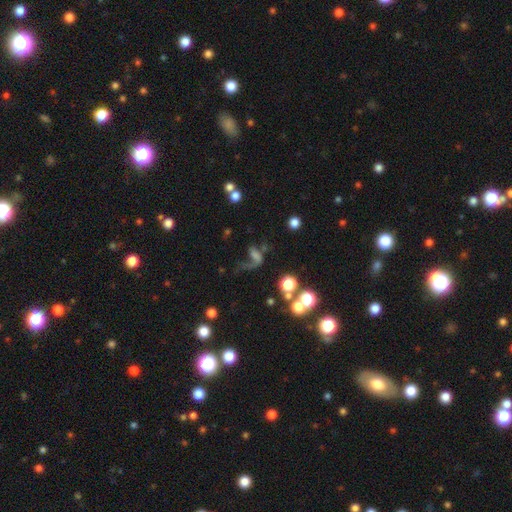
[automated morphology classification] smooth-or-featured: featured or disk: 42% | smooth: 39% | star or artifact: 19%
  merging: major disturbance: 46% | none: 30% | minor disturbance: 14% | merger: 10%